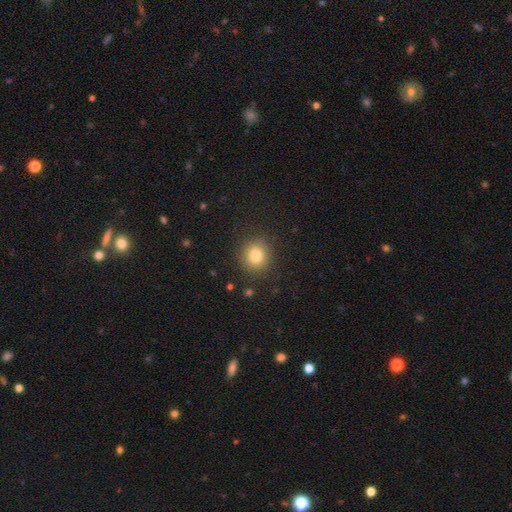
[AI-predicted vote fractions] The model was most divided on "smooth or featured": smooth: 80%, star or artifact: 12%, featured or disk: 8%. More confident: how rounded — round (87%); merging — none (87%).